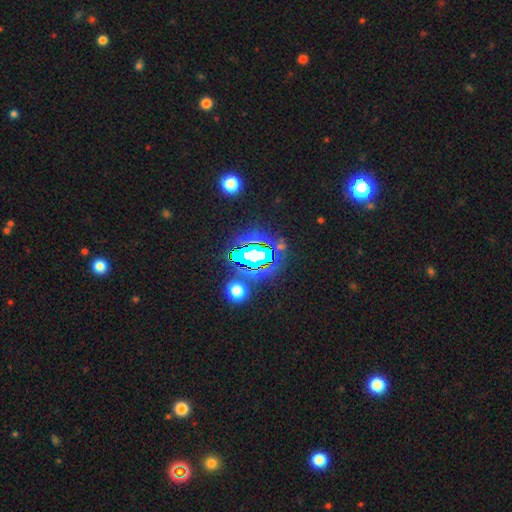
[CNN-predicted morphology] A star or artifact, not a galaxy (70%).